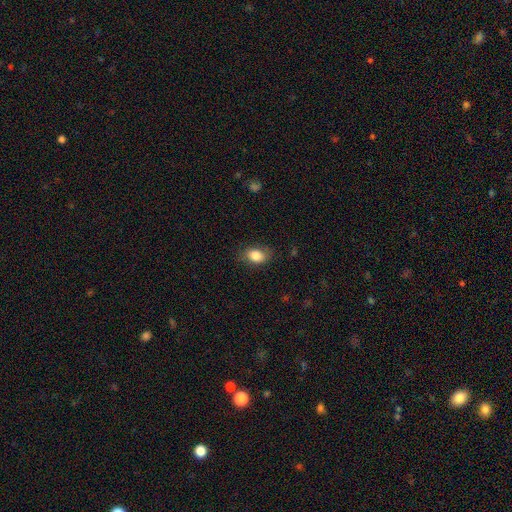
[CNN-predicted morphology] This is clearly a smooth galaxy (83%). How rounded: likely in between (77%). Merging: likely none (77%).